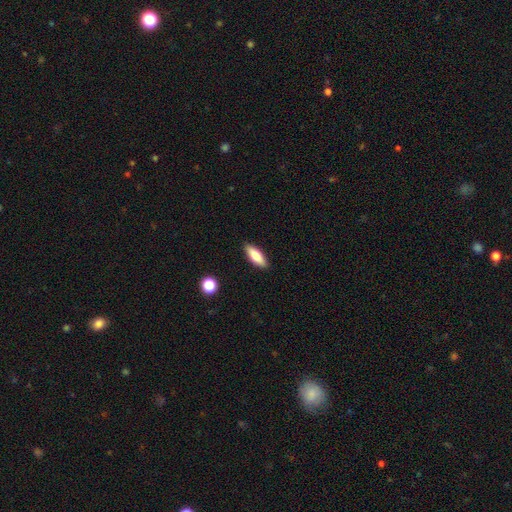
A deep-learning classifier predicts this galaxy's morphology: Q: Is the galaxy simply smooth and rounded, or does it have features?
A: smooth — 78%.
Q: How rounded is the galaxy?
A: in between — 64%.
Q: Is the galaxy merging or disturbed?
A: none — 89%.